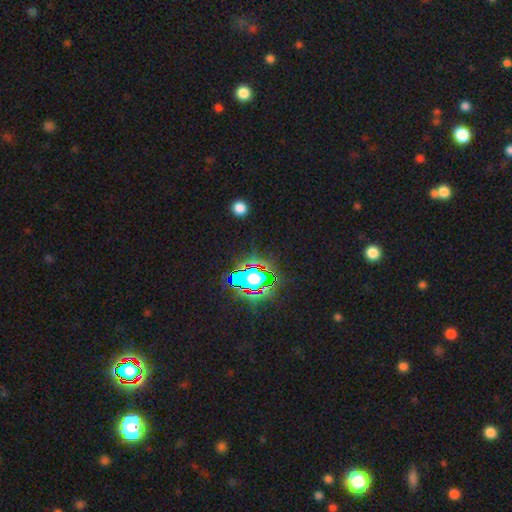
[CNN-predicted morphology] This is clearly a star or artifact rather than a galaxy (83%).